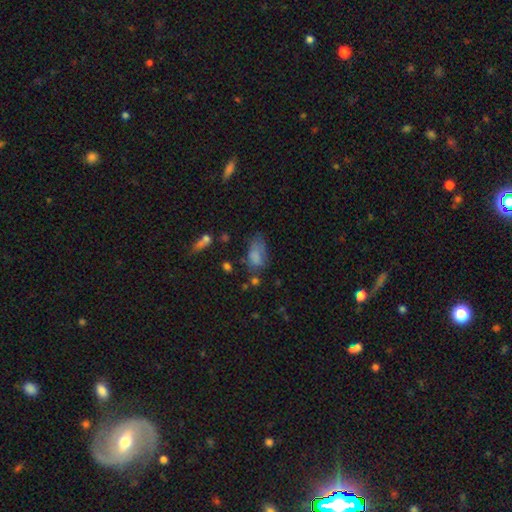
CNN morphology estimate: Smooth or featured: smooth — 71% (featured or disk — 17%)
How rounded: in between — 89% (round — 6%)
Merging: none — 36% (minor disturbance — 31%)